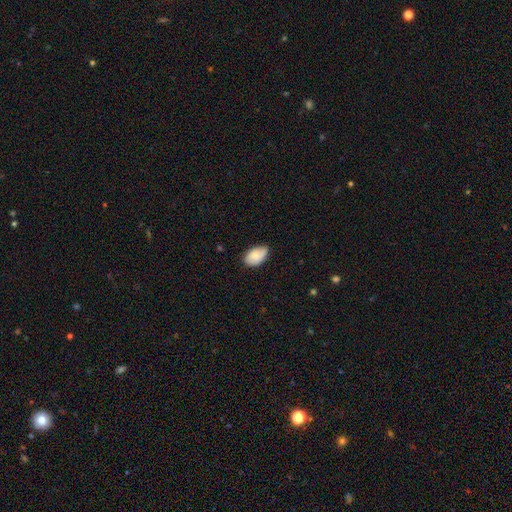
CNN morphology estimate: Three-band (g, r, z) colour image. It shows a smooth galaxy with no disk features (74%) that is in between round and cigar-shaped (92%). Merging: none (60%).